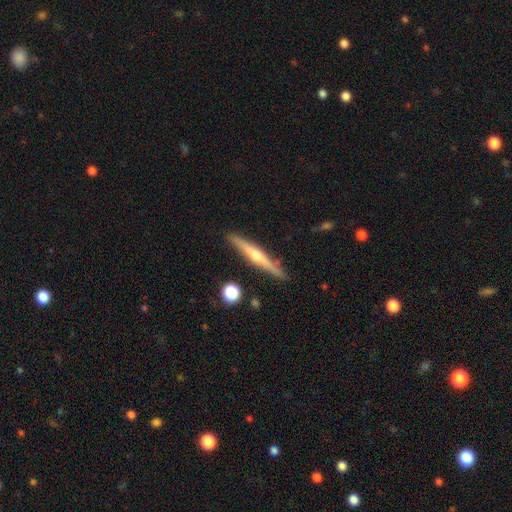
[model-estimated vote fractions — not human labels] smooth-or-featured: featured or disk: 67% | smooth: 26% | star or artifact: 6%
  disk-edge-on: yes: 97% | no: 3%
    edge-on-bulge: rounded: 87% | none: 10% | boxy: 3%
  merging: none: 87% | minor disturbance: 9% | merger: 2% | major disturbance: 2%